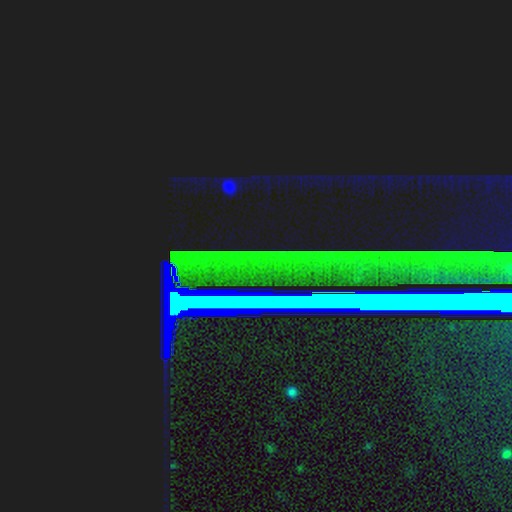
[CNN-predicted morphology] Q: Smooth or featured?
A: star or artifact (80%); runner-up: featured or disk (13%)